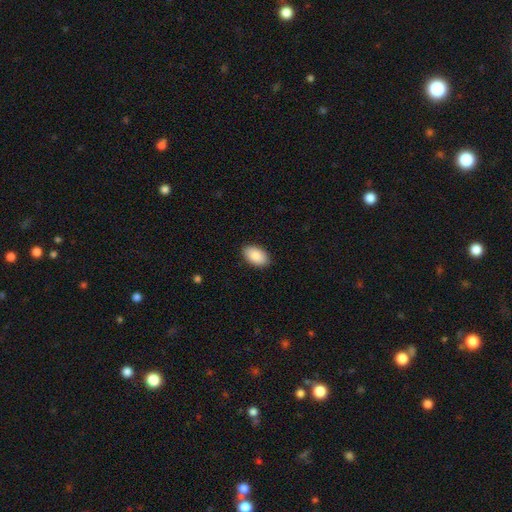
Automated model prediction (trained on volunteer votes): smooth_or_featured: smooth (p=0.89) [alt: star or artifact p=0.06]
how_rounded: in between (p=0.94) [alt: round p=0.05]
merging: none (p=0.89) [alt: minor disturbance p=0.08]